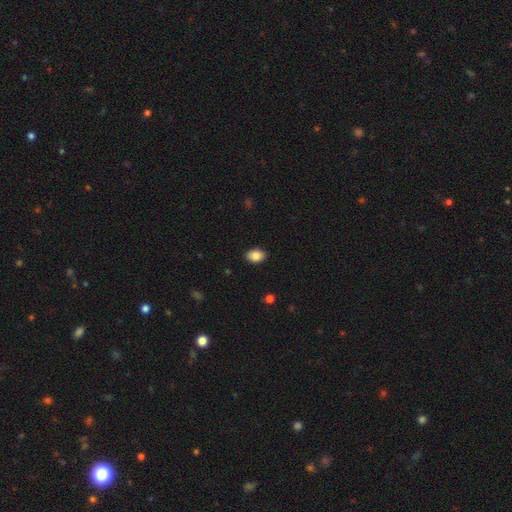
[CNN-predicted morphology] A smooth galaxy with no disk features (85%) that is in between round and cigar-shaped (81%). Merging: none (89%).